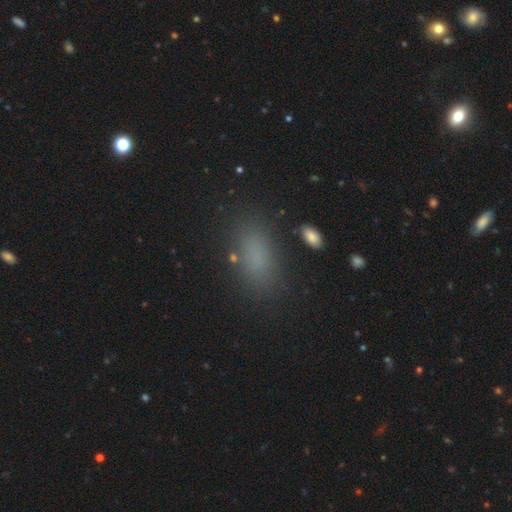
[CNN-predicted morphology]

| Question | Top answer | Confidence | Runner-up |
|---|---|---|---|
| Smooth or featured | smooth | 79% | star or artifact (15%) |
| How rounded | in between | 85% | cigar-shaped (9%) |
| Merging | none | 82% | minor disturbance (11%) |